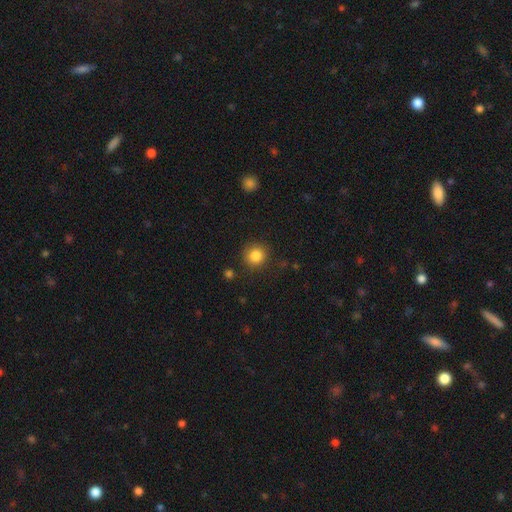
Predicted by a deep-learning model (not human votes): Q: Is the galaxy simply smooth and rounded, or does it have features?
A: smooth — 85%.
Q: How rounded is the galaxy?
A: round — 90%.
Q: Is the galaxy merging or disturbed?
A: none — 87%.